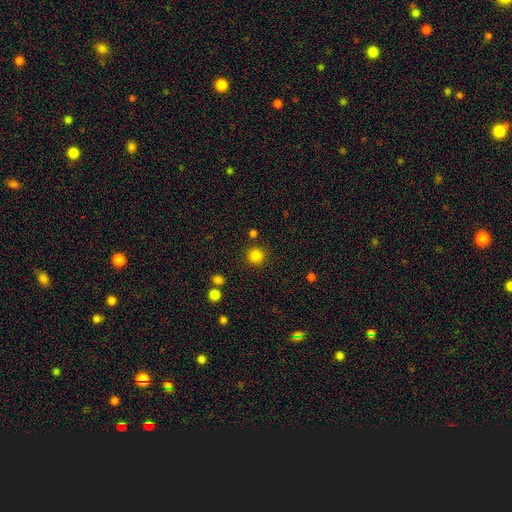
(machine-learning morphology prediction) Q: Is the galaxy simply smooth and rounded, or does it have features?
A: smooth — 84%.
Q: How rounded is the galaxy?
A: round — 94%.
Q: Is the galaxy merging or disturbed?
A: none — 88%.